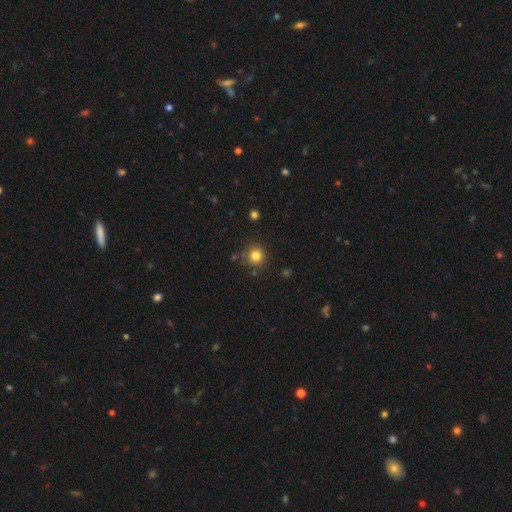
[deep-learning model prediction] The model was most divided on "smooth or featured": smooth: 82%, star or artifact: 13%, featured or disk: 6%. More confident: how rounded — round (92%); merging — none (81%).